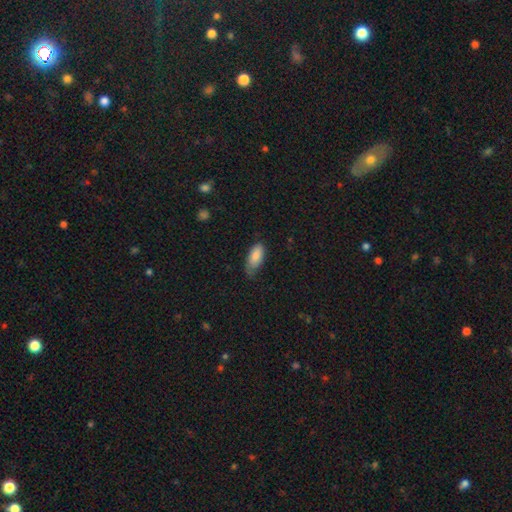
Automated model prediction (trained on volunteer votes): smooth 85%, featured or disk 9%, star or artifact 6%. Down the decision tree: how rounded — in between (89%); merging — none (53%).